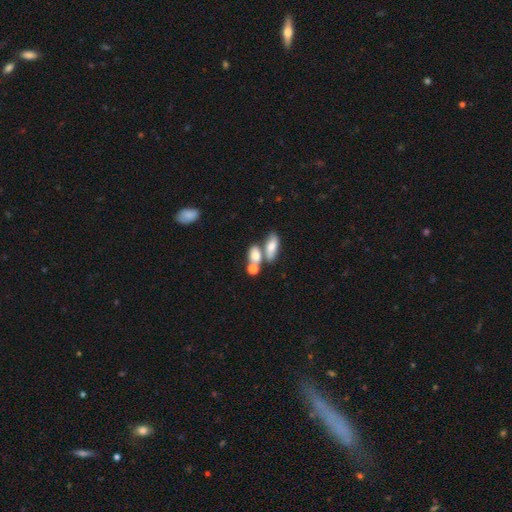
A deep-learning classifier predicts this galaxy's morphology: Smooth or featured? Predicted: smooth (p=0.74). How rounded? Predicted: in between (p=0.75). Merging? Predicted: merger (p=0.45).